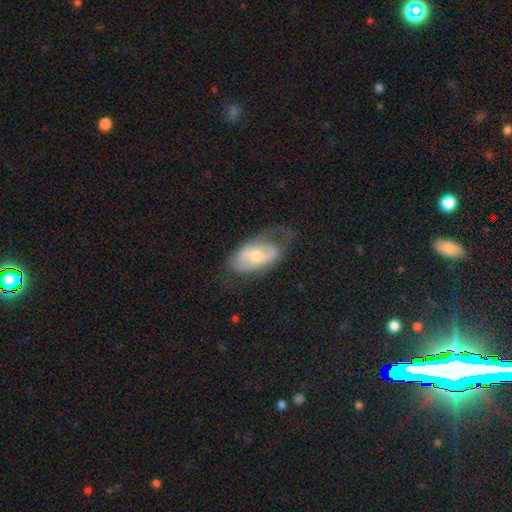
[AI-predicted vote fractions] Morphology: type=featured or disk (54%); edge-on=no (90%); merging=none (46%).